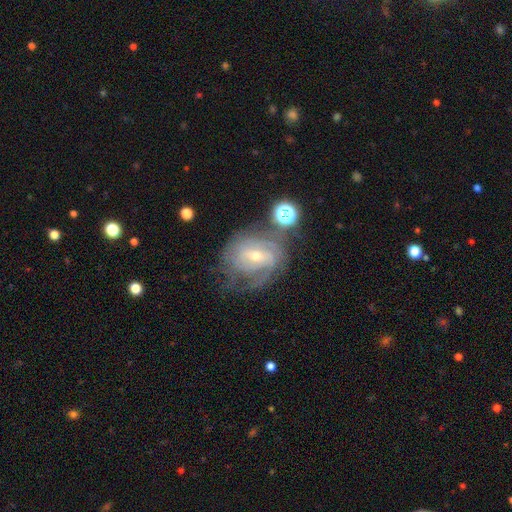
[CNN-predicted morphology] type=featured or disk (81%); edge-on=no (96%); bar=weak (49%); spiral arms=yes (91%); winding=tight (57%); arm count=can't tell (41%); bulge=small (61%); merging=none (55%).